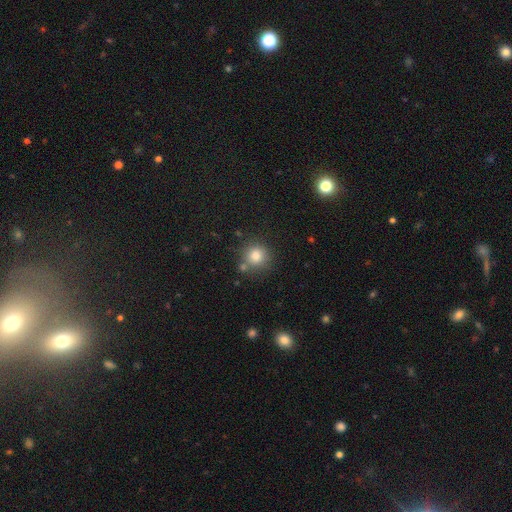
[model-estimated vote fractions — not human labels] This appears to be a smooth galaxy with no disk features (81%) that is round (92%). Merging: none (75%).